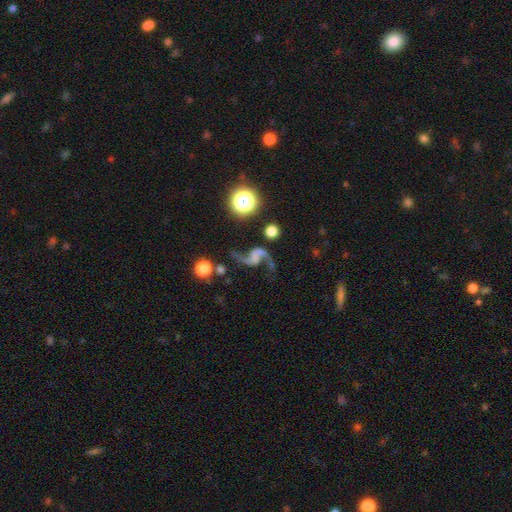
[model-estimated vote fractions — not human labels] Morphology: type=featured or disk (85%); edge-on=no (98%); bar=no (51%); spiral arms=yes (96%); winding=loose (91%); arm count=2 (93%); bulge=none (66%); merging=none (67%).